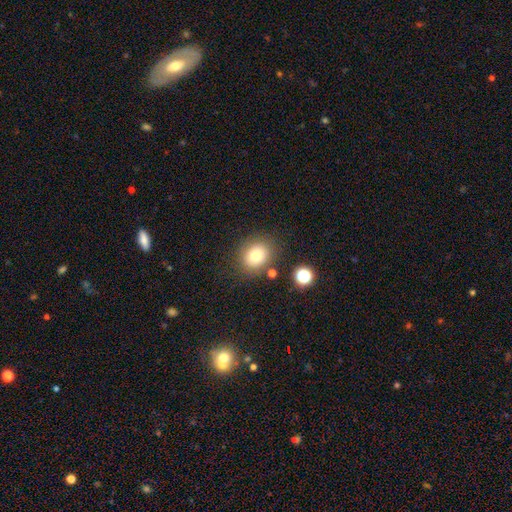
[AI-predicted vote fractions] This is likely a smooth galaxy (77%). How rounded: likely round (65%). Merging: likely none (79%).